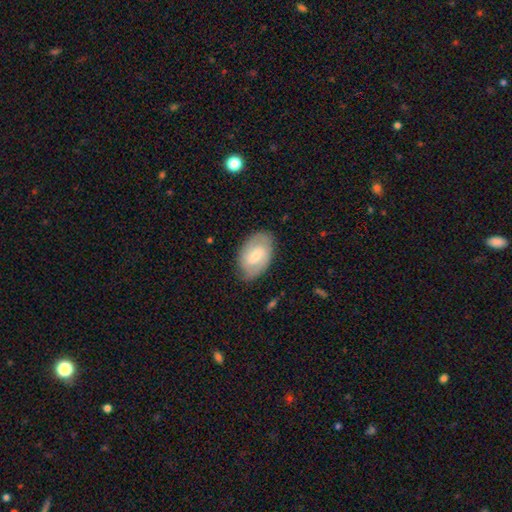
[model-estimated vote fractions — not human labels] Smooth or featured? featured or disk (57%)
Edge-on disk? no (96%)
Bar? weak (58%)
Spiral arms? yes (81%)
Bulge size? small (49%)
Merging? none (80%)